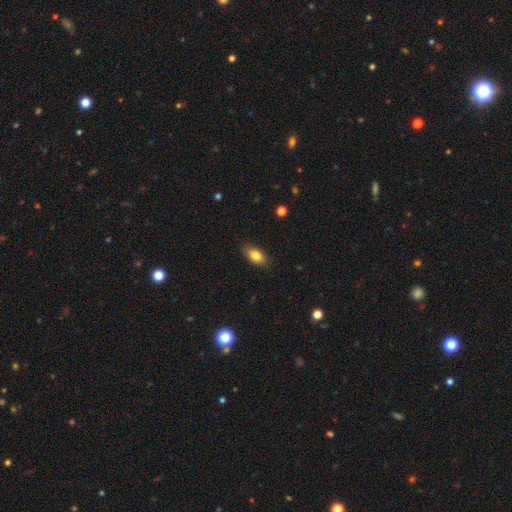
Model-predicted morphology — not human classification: A smooth galaxy with no disk features (81%) that is in between round and cigar-shaped (87%). Merging: none (87%).